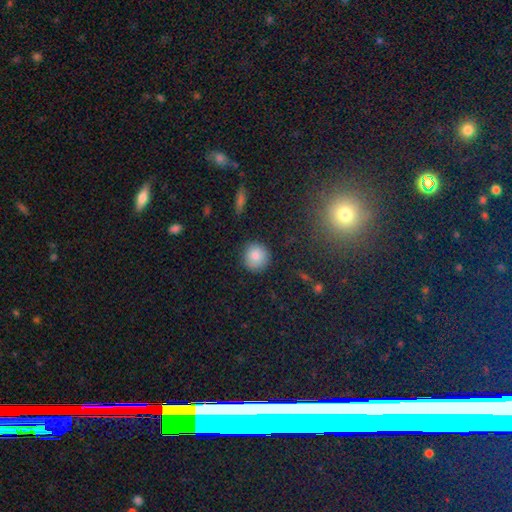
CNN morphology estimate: This appears to be a smooth galaxy with no disk features (85%) that is round (92%). Merging: none (87%).